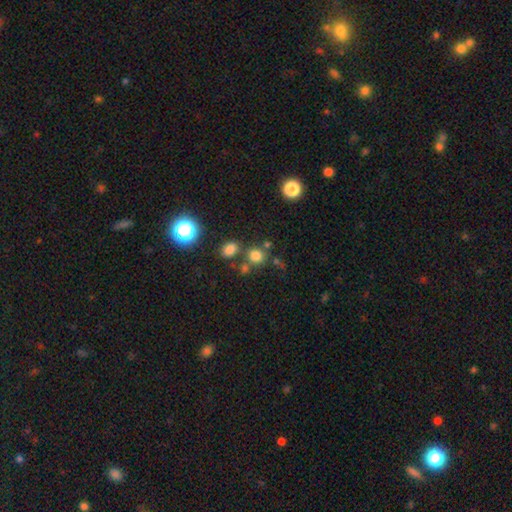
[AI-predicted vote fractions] Smooth or featured? Predicted: smooth (p=0.76). How rounded? Predicted: round (p=0.75). Merging? Predicted: none (p=0.66).